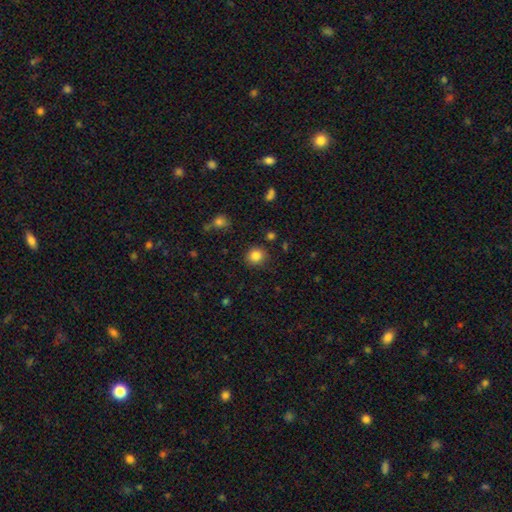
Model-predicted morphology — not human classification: A smooth galaxy with no disk features (84%) that is round (86%).

Vote fractions:
- Smooth or featured? smooth: 84% / star or artifact: 11% / featured or disk: 5%
- How rounded? round: 86% / in between: 13% / cigar-shaped: 1%
- Merging? none: 86% / minor disturbance: 9% / major disturbance: 3% / merger: 2%